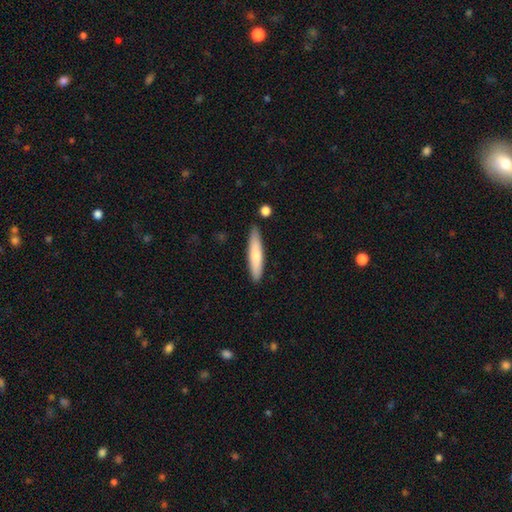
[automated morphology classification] This appears to be a smooth galaxy with no disk features (67%) that is cigar-shaped (84%). Merging: none (83%).